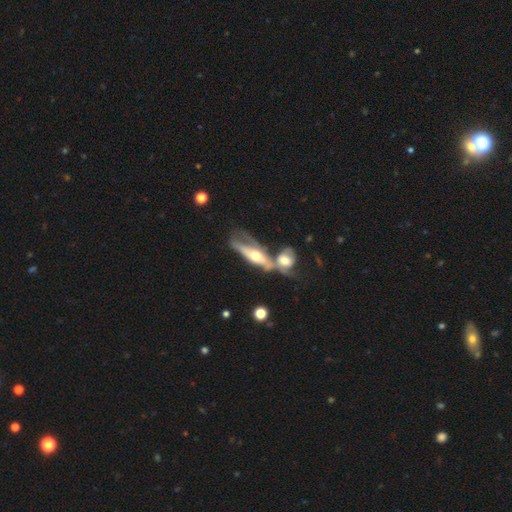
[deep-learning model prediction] smooth_or_featured: featured or disk (p=0.65) [alt: smooth p=0.29]
disk_edge_on: no (p=0.54) [alt: yes p=0.46]
merging: merger (p=0.62) [alt: none p=0.17]